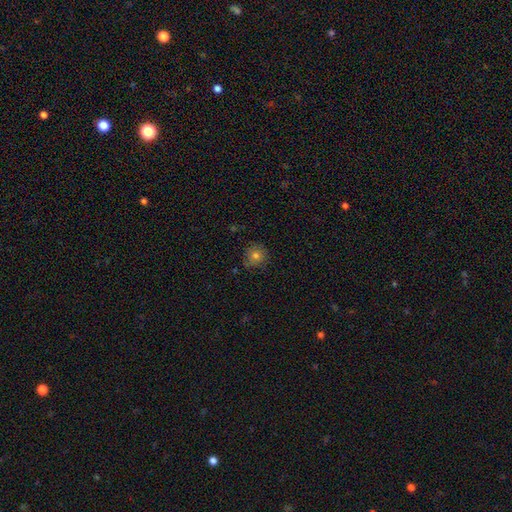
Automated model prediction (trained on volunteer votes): This is likely a smooth galaxy (75%). How rounded: clearly round (91%). Merging: clearly none (81%).